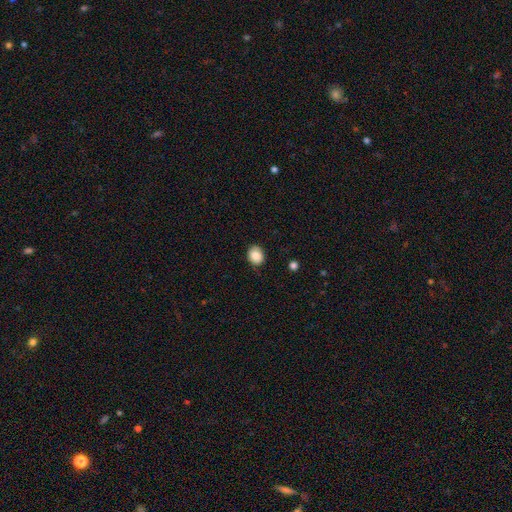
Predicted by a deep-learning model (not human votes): This appears to be a smooth galaxy with no disk features (87%) that is round (54%). Merging: none (83%).